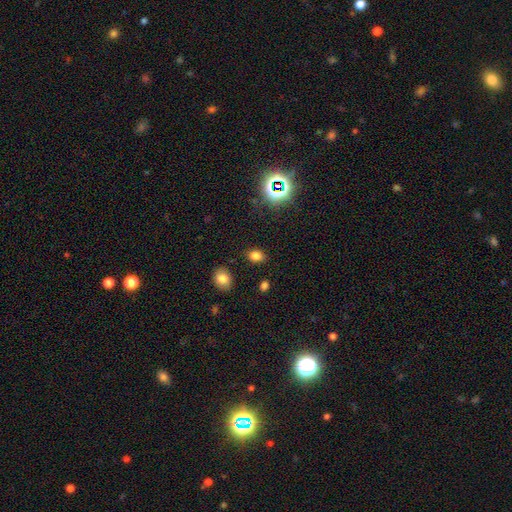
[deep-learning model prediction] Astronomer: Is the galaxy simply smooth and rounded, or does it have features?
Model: smooth — 78%.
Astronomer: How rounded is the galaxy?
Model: in between — 69%.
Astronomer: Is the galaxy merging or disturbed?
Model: none — 85%.